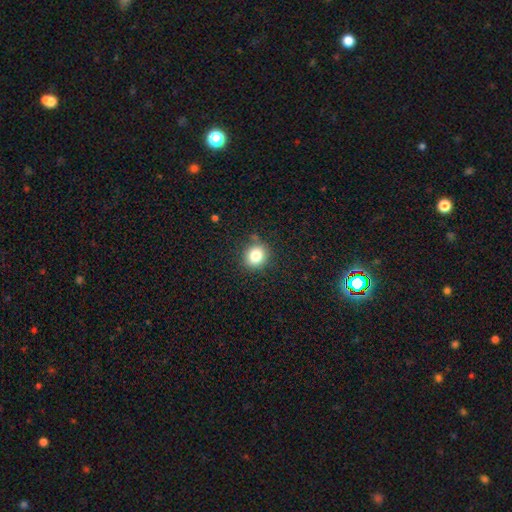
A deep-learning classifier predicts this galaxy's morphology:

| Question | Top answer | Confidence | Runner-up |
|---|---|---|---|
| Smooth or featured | smooth | 81% | star or artifact (12%) |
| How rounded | round | 83% | in between (16%) |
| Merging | none | 83% | minor disturbance (11%) |